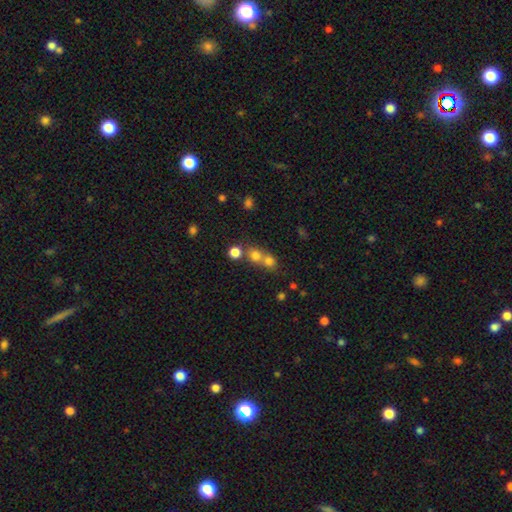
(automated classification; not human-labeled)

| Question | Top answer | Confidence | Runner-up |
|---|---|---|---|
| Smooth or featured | smooth | 73% | star or artifact (17%) |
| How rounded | round | 83% | in between (16%) |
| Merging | merger | 51% | none (40%) |